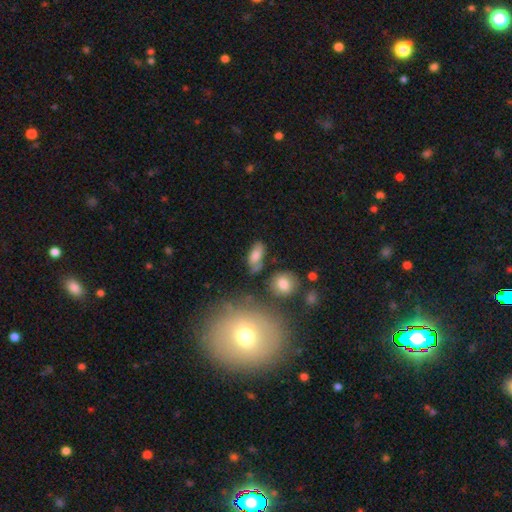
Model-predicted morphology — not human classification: Smooth or featured? smooth (73%)
How rounded? in between (85%)
Merging? none (60%)